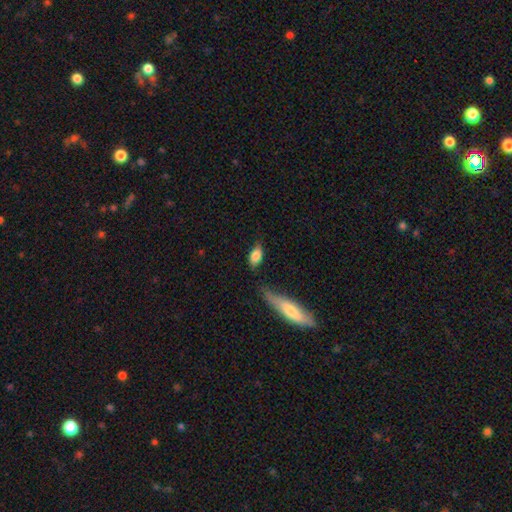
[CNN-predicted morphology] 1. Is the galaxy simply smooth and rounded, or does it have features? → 80% smooth, 13% featured or disk, 7% star or artifact.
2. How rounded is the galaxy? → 86% in between, 9% cigar-shaped, 5% round.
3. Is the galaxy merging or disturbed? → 68% none, 21% minor disturbance, 6% major disturbance, 5% merger.